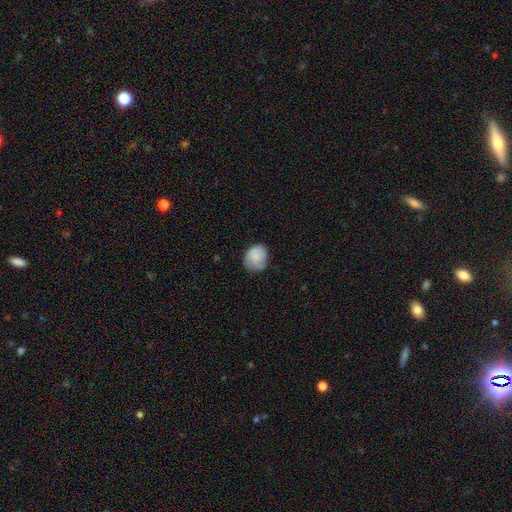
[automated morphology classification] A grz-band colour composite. It shows a smooth galaxy with no disk features (69%) that is round (62%). Merging: none (63%).